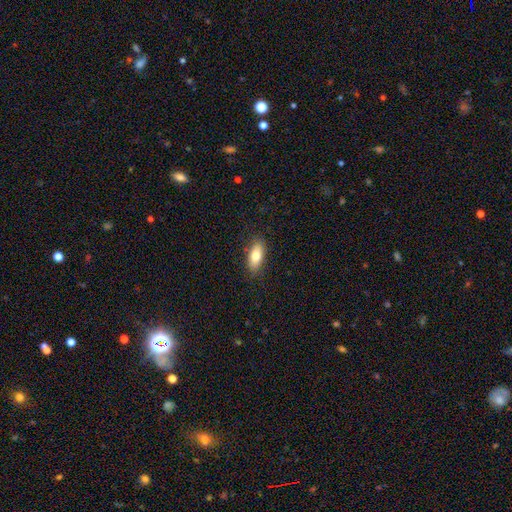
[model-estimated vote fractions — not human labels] smooth-or-featured: smooth: 77% | featured or disk: 16% | star or artifact: 7%
  how-rounded: in between: 82% | cigar-shaped: 15% | round: 3%
  merging: none: 87% | minor disturbance: 10% | major disturbance: 2% | merger: 1%